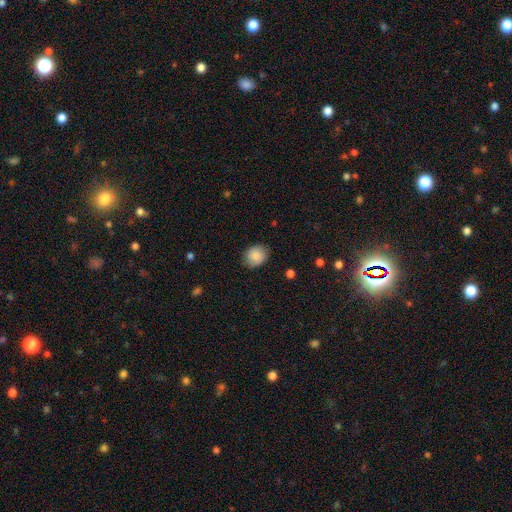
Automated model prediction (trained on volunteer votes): smooth 87%, star or artifact 8%, featured or disk 6%. Down the decision tree: how rounded — round (61%); merging — none (85%).